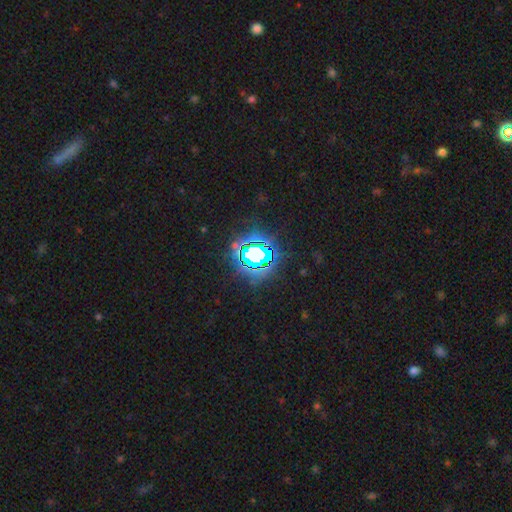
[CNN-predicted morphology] Smooth or featured? Predicted: star or artifact (p=0.75).